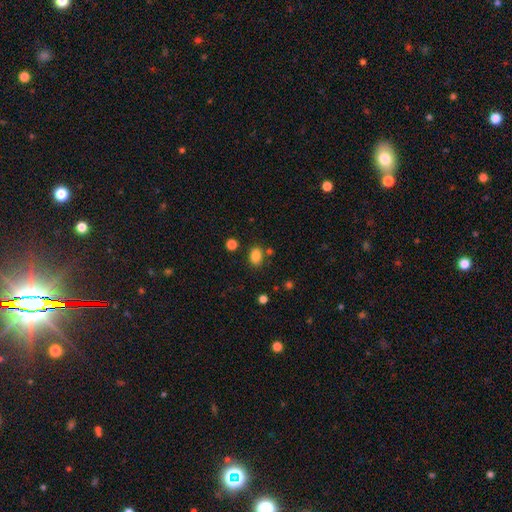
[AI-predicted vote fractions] This appears to be a smooth galaxy with no disk features (84%) that is in between round and cigar-shaped (72%). Merging: none (77%).